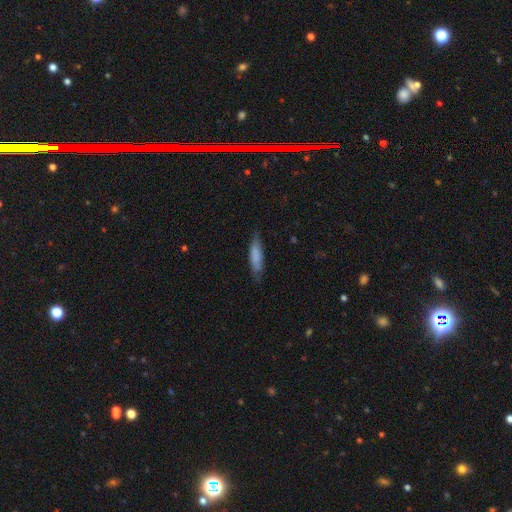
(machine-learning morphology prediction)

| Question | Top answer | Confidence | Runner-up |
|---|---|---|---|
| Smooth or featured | smooth | 78% | featured or disk (17%) |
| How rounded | cigar-shaped | 73% | in between (26%) |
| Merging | none | 73% | minor disturbance (21%) |